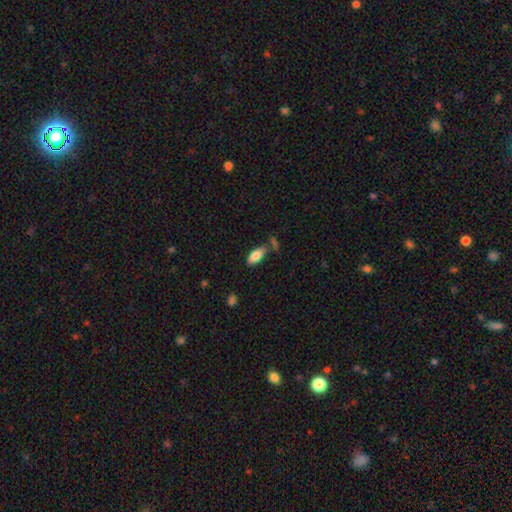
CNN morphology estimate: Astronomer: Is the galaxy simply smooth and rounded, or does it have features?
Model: smooth — 83%.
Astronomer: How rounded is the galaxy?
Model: in between — 90%.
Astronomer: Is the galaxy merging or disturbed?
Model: none — 66%.